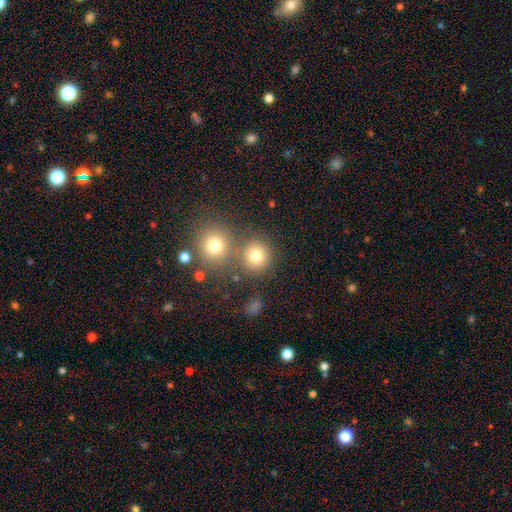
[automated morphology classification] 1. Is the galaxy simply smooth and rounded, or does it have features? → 77% smooth, 15% star or artifact, 8% featured or disk.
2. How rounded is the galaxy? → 89% round, 10% in between, 1% cigar-shaped.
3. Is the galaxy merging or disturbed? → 69% none, 21% merger, 7% minor disturbance, 3% major disturbance.